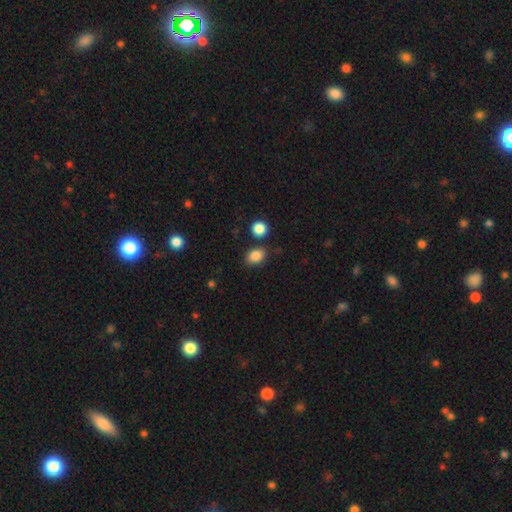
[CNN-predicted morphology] smooth 85%, star or artifact 10%, featured or disk 5%. Down the decision tree: how rounded — in between (68%); merging — none (78%).